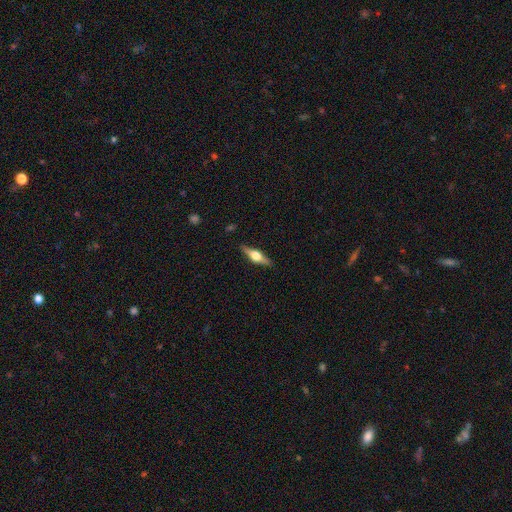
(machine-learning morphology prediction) Smooth or featured? featured or disk (65%)
Edge-on disk? yes (96%)
Edge-on bulge? rounded (93%)
Merging? none (88%)